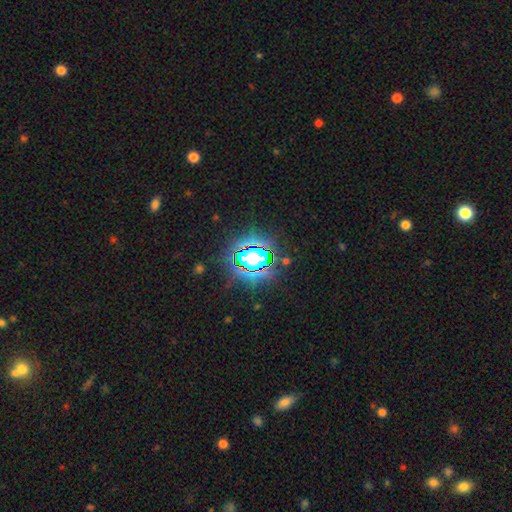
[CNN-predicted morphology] The model was most divided on "smooth or featured": star or artifact: 80%, smooth: 12%, featured or disk: 7%.